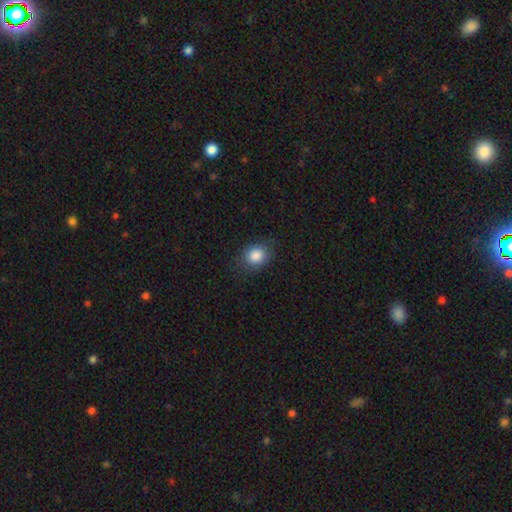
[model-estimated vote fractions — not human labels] The model was most divided on "how rounded": round: 50%, in between: 49%, cigar-shaped: 1%. More confident: smooth or featured — smooth (86%); merging — none (81%).